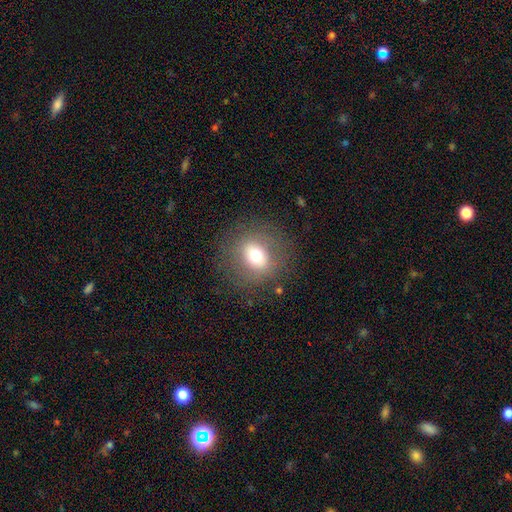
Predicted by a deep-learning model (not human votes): smooth-or-featured: smooth: 65% | featured or disk: 22% | star or artifact: 13%
  how-rounded: round: 76% | in between: 23% | cigar-shaped: 1%
  merging: none: 81% | minor disturbance: 11% | major disturbance: 7% | merger: 1%